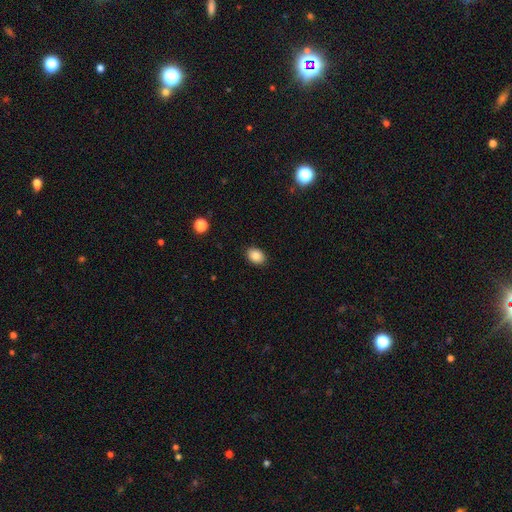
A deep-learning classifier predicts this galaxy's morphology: Q: Smooth or featured?
A: smooth (87%); runner-up: star or artifact (9%)
Q: How rounded?
A: in between (72%); runner-up: round (27%)
Q: Merging?
A: none (89%); runner-up: minor disturbance (8%)